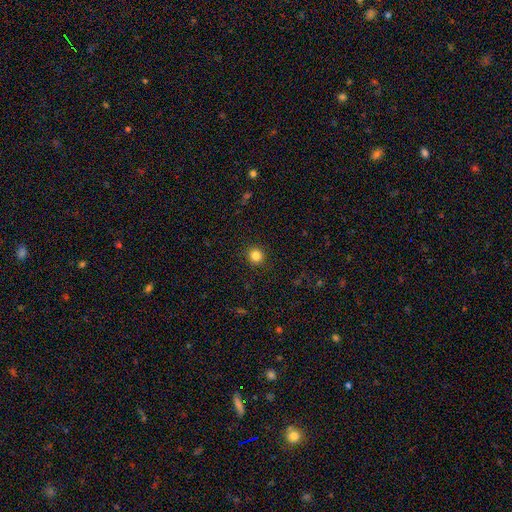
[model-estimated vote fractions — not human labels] Smooth or featured: smooth — 84% (star or artifact — 12%)
How rounded: round — 93% (in between — 6%)
Merging: none — 92% (minor disturbance — 5%)